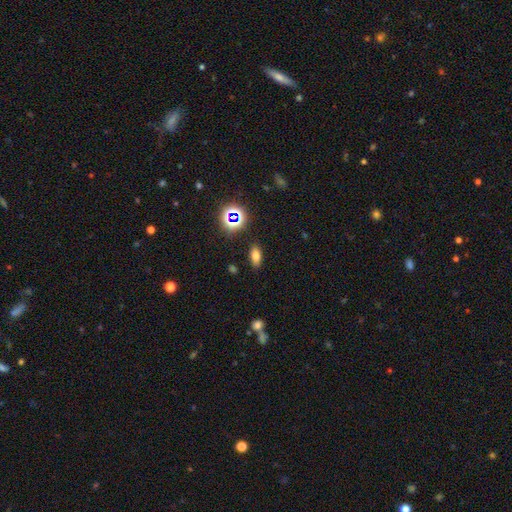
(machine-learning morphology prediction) This is likely a smooth galaxy (72%). How rounded: clearly in between (85%). Merging: clearly none (86%).